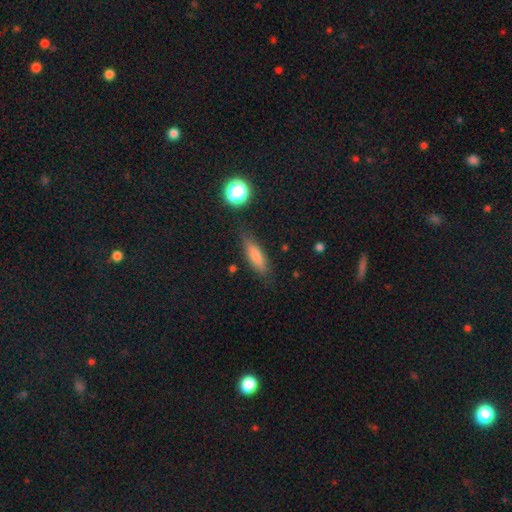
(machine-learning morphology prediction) This is likely a smooth galaxy (72%). How rounded: possibly cigar-shaped (59%). Merging: clearly none (82%).